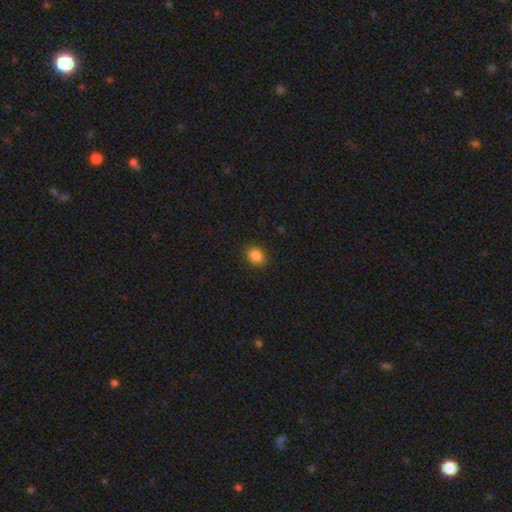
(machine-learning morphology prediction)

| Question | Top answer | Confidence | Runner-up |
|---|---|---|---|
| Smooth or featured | smooth | 87% | star or artifact (10%) |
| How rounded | in between | 61% | round (37%) |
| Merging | none | 89% | minor disturbance (8%) |